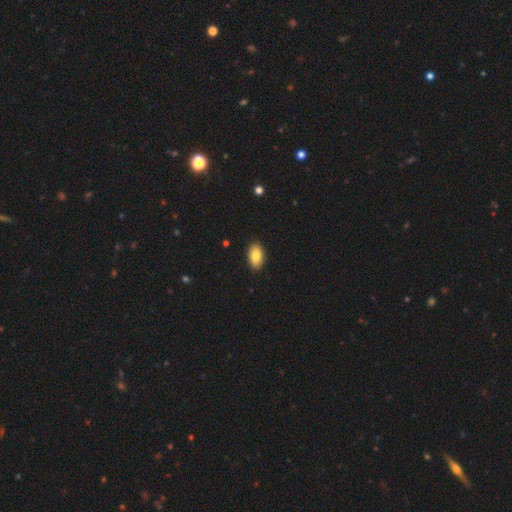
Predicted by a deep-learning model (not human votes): A smooth galaxy with no disk features (85%) that is in between round and cigar-shaped (93%). Merging: none (90%).